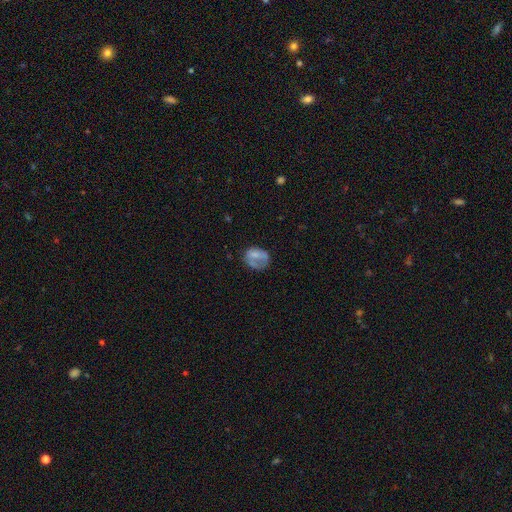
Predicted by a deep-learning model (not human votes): The model was most divided on "how rounded": in between: 53%, round: 46%, cigar-shaped: 1%. Remaining: smooth or featured — smooth (63%); merging — none (40%).